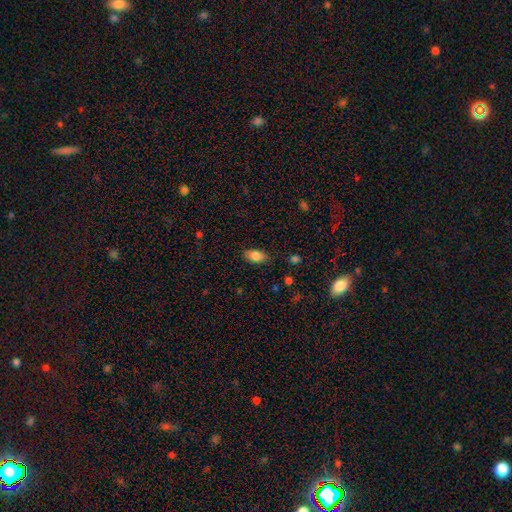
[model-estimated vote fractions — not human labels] A smooth galaxy with no disk features (85%) that is in between round and cigar-shaped (91%). Merging: none (83%).